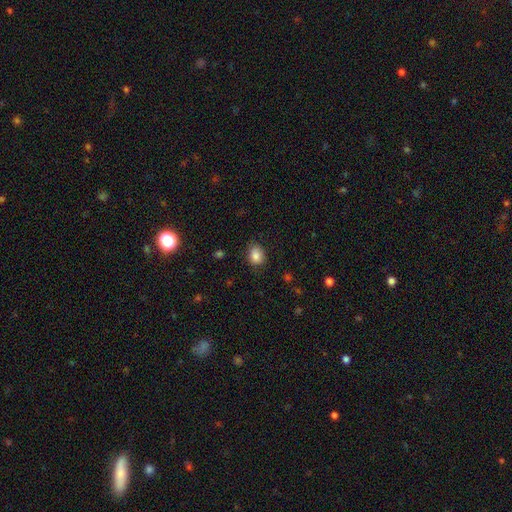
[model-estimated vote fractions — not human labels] A smooth galaxy with no disk features (86%) that is in between round and cigar-shaped (57%).

Vote fractions:
- Smooth or featured? smooth: 86% / star or artifact: 9% / featured or disk: 5%
- How rounded? in between: 57% / round: 42% / cigar-shaped: 1%
- Merging? none: 80% / minor disturbance: 16% / major disturbance: 3% / merger: 1%